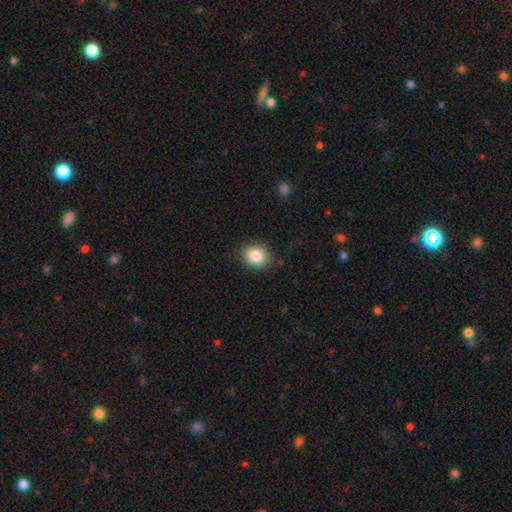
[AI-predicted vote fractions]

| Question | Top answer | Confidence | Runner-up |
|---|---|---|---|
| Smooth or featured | smooth | 85% | star or artifact (9%) |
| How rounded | round | 63% | in between (36%) |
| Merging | none | 84% | minor disturbance (12%) |